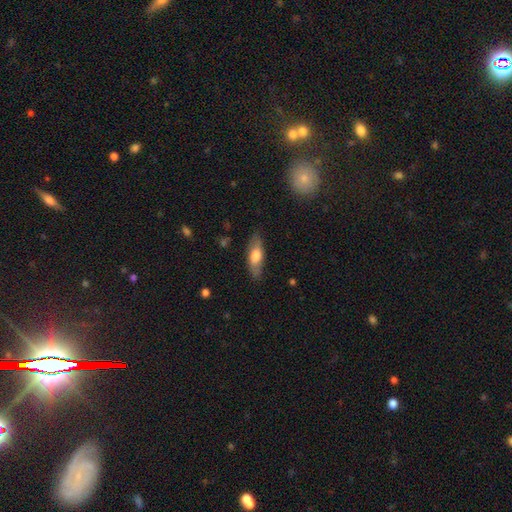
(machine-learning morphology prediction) smooth-or-featured: smooth: 63% | featured or disk: 31% | star or artifact: 6%
  how-rounded: in between: 63% | cigar-shaped: 34% | round: 2%
  merging: none: 81% | minor disturbance: 15% | major disturbance: 3% | merger: 1%